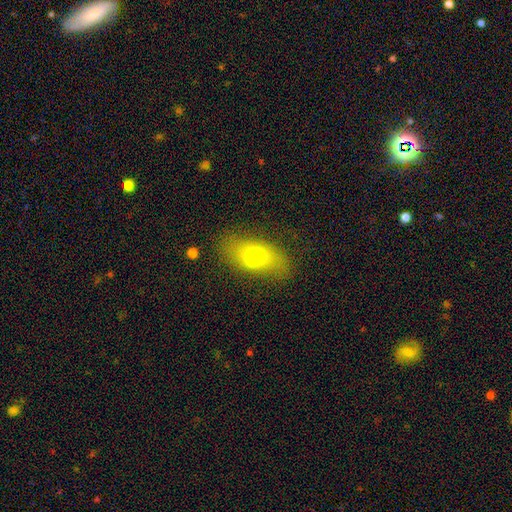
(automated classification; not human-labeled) Smooth or featured: smooth — 64% (featured or disk — 26%)
How rounded: in between — 83% (round — 11%)
Merging: none — 58% (merger — 21%)